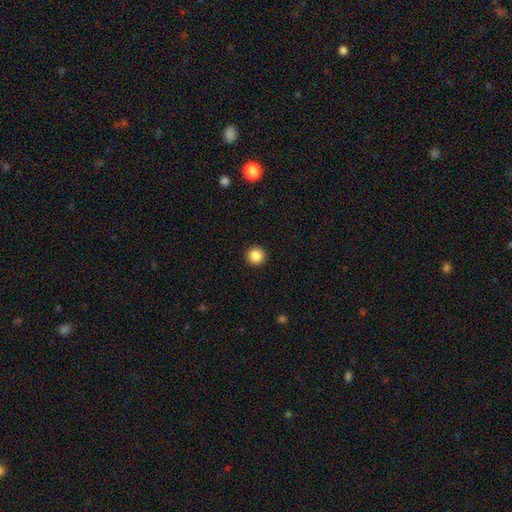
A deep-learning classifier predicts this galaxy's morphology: smooth_or_featured: smooth (p=0.87) [alt: star or artifact p=0.10]
how_rounded: round (p=0.95) [alt: in between p=0.04]
merging: none (p=0.93) [alt: minor disturbance p=0.04]